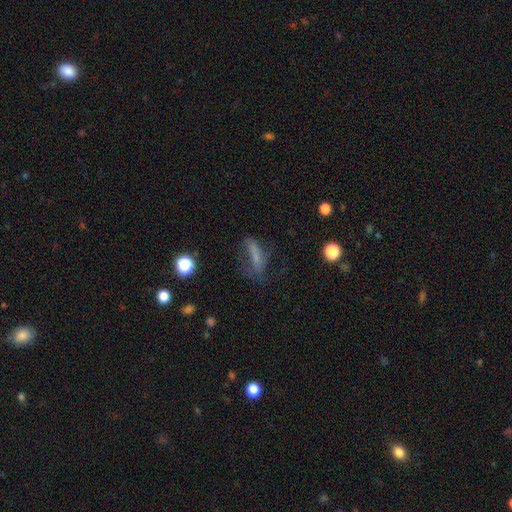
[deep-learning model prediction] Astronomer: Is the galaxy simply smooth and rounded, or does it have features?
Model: smooth — 58%.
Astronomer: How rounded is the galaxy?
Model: cigar-shaped — 50% (runner-up: in between, 43%).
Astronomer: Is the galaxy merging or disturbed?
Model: none — 42% (runner-up: major disturbance, 30%).